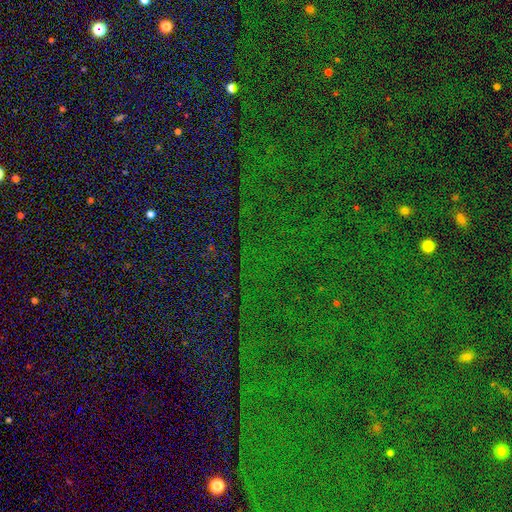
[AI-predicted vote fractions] Overall: star or artifact (85%).